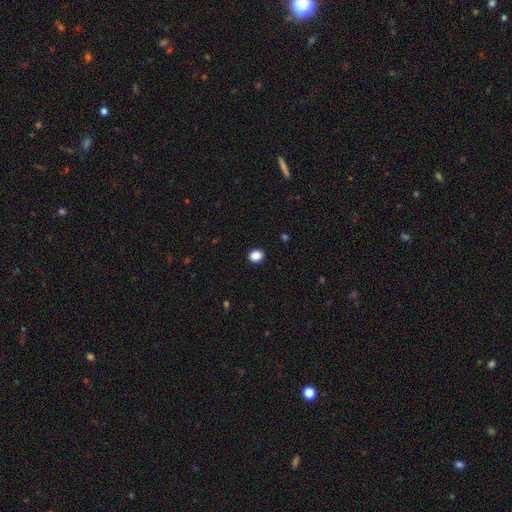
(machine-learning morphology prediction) smooth 88%, star or artifact 10%, featured or disk 3%. Down the decision tree: how rounded — round (70%); merging — none (92%).